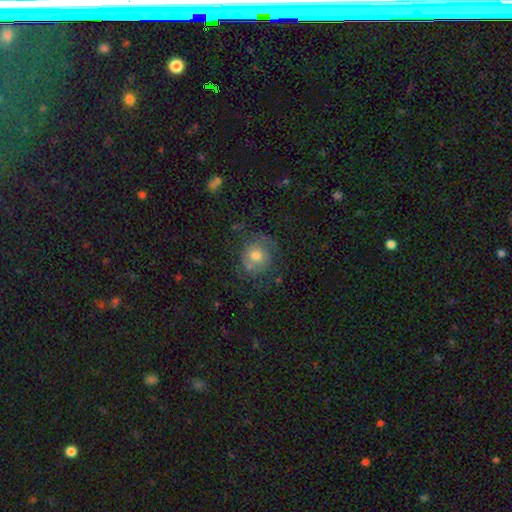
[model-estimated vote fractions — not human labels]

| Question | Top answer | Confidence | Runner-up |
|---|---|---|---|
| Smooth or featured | smooth | 54% | featured or disk (34%) |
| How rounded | round | 82% | in between (17%) |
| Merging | none | 61% | minor disturbance (20%) |